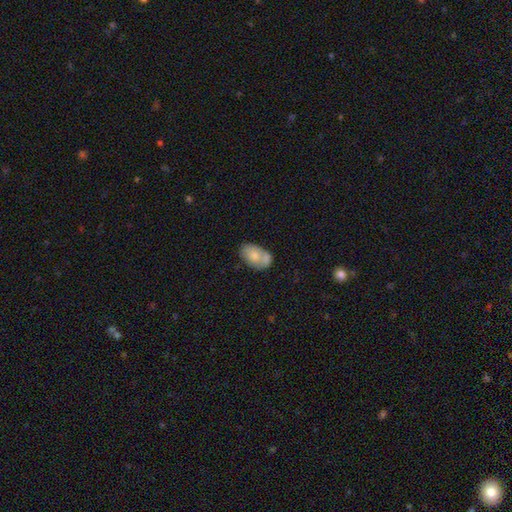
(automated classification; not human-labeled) Smooth or featured? Predicted: smooth (p=0.72). How rounded? Predicted: in between (p=0.90). Merging? Predicted: none (p=0.38).